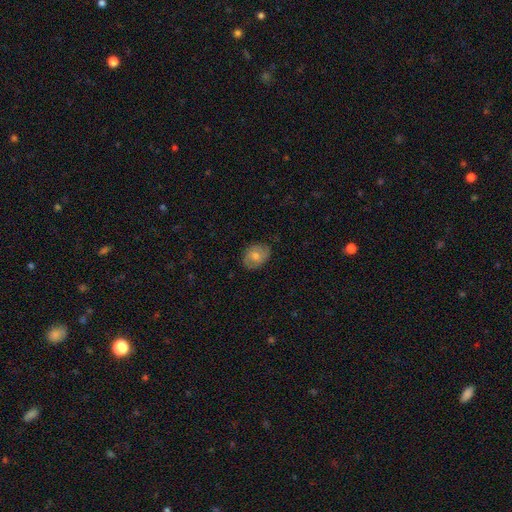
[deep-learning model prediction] Smooth or featured? Predicted: smooth (p=0.66). How rounded? Predicted: in between (p=0.65). Merging? Predicted: none (p=0.78).